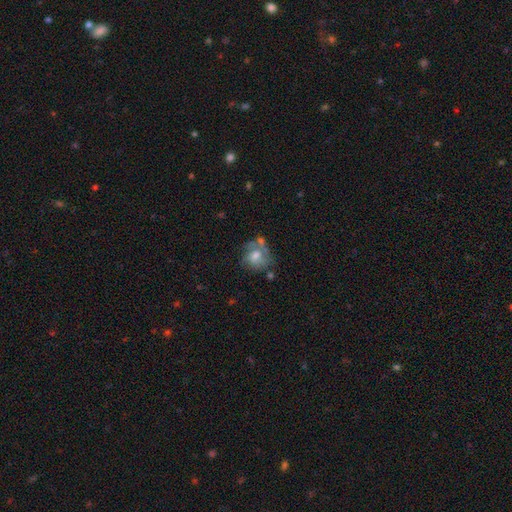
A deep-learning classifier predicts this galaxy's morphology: type=smooth (54%); roundness=round (65%); merging=none (39%).